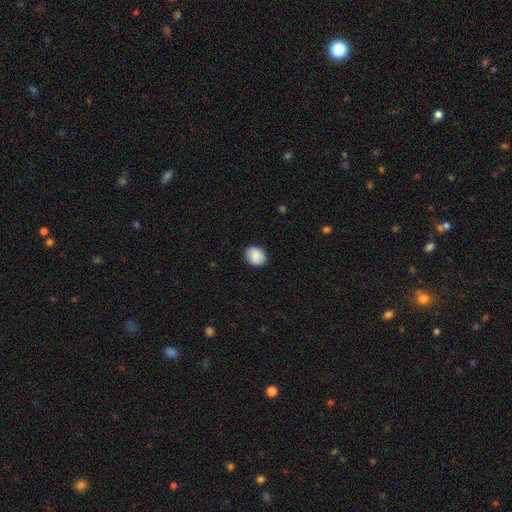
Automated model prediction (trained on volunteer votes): Smooth or featured: smooth — 84% (featured or disk — 8%)
How rounded: round — 55% (in between — 44%)
Merging: none — 86% (minor disturbance — 10%)